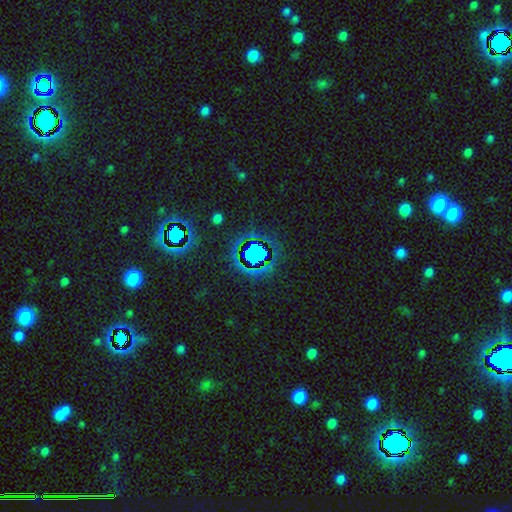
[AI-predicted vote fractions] Smooth or featured?
  - star or artifact: 71% *
  - smooth: 19%
  - featured or disk: 10%